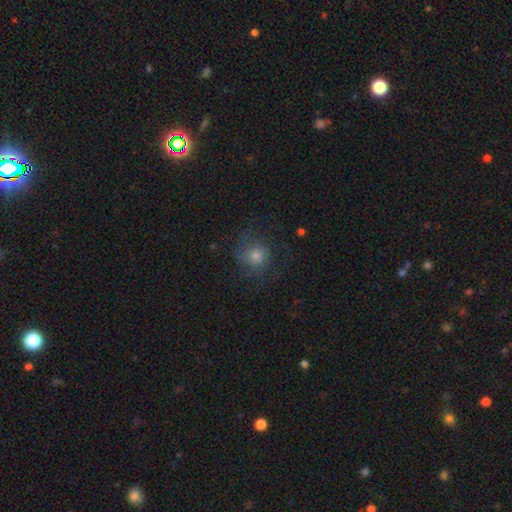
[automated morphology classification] This appears to be a smooth galaxy with no disk features (54%) that is round (85%). Merging: none (66%).